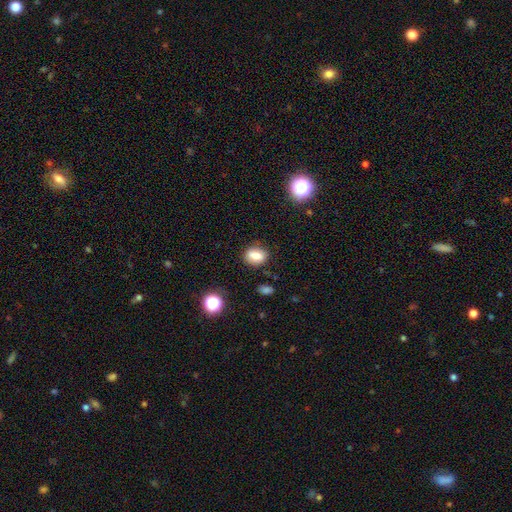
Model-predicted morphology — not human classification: Smooth or featured: smooth — 74% (featured or disk — 15%)
How rounded: in between — 62% (round — 35%)
Merging: none — 80% (minor disturbance — 14%)